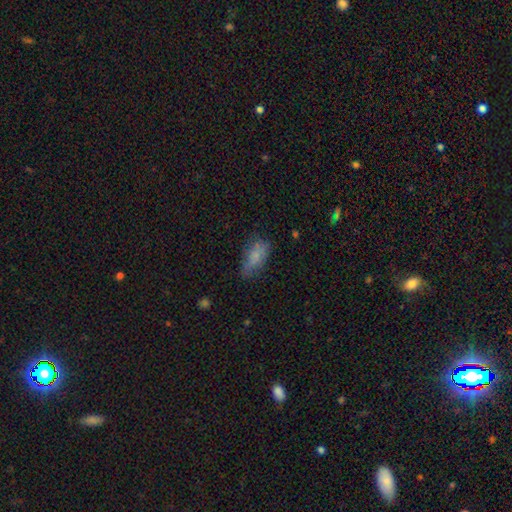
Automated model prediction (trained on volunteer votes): A smooth galaxy with no disk features (75%) that is in between round and cigar-shaped (83%).

Vote fractions:
- Smooth or featured? smooth: 75% / featured or disk: 16% / star or artifact: 9%
- How rounded? in between: 83% / cigar-shaped: 14% / round: 3%
- Merging? none: 57% / minor disturbance: 29% / major disturbance: 12% / merger: 2%